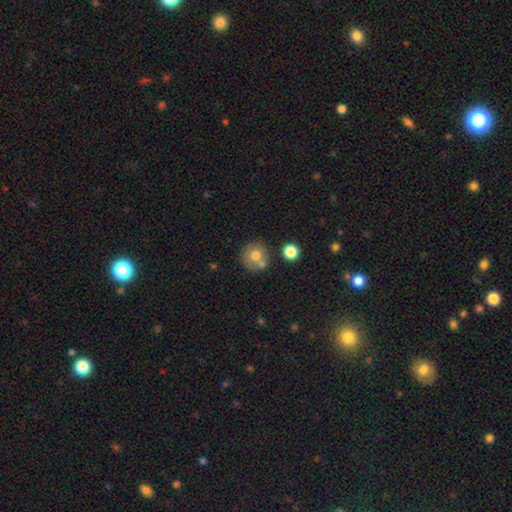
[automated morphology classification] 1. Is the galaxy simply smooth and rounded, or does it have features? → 69% smooth, 21% featured or disk, 10% star or artifact.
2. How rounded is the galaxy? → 90% round, 9% in between, 1% cigar-shaped.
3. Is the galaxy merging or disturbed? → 61% none, 23% merger, 12% minor disturbance, 4% major disturbance.